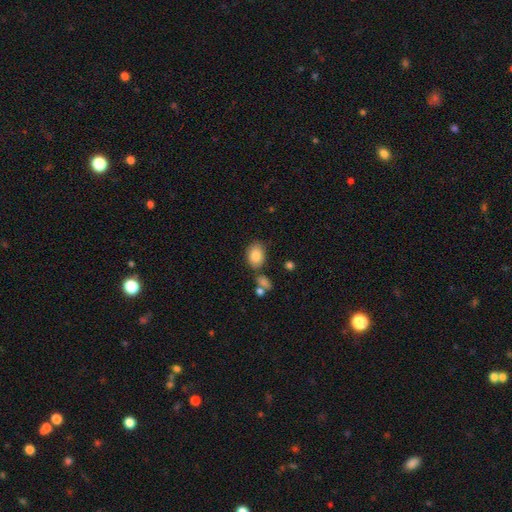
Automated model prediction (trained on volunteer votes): A smooth galaxy with no disk features (85%) that is in between round and cigar-shaped (76%).

Vote fractions:
- Smooth or featured? smooth: 85% / star or artifact: 8% / featured or disk: 7%
- How rounded? in between: 76% / round: 23% / cigar-shaped: 1%
- Merging? none: 68% / minor disturbance: 17% / merger: 10% / major disturbance: 5%